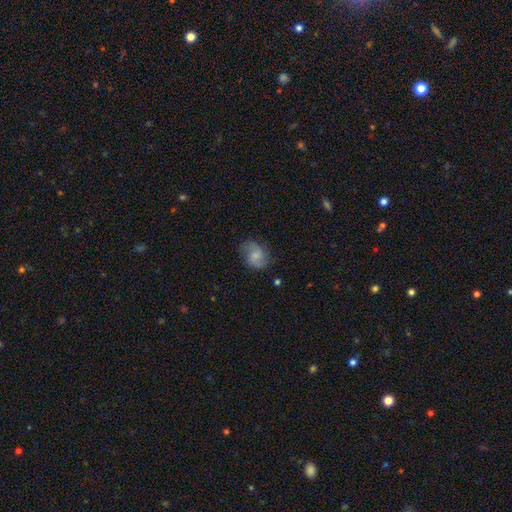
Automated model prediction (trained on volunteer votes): Smooth or featured: smooth — 56% (featured or disk — 35%)
How rounded: in between — 65% (round — 34%)
Merging: none — 66% (minor disturbance — 24%)